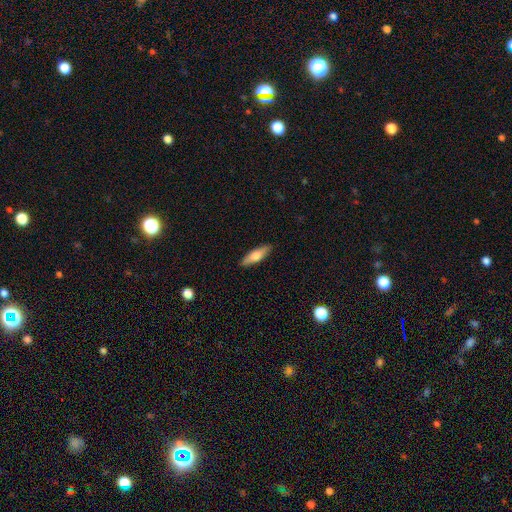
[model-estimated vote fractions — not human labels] This appears to be a smooth galaxy with no disk features (66%) that is cigar-shaped (51%). Merging: none (89%).